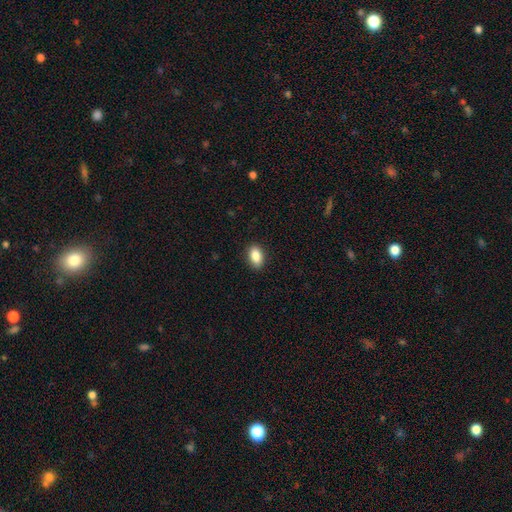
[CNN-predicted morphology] The model was most divided on "smooth or featured": smooth: 87%, star or artifact: 8%, featured or disk: 6%. More confident: how rounded — in between (90%); merging — none (89%).